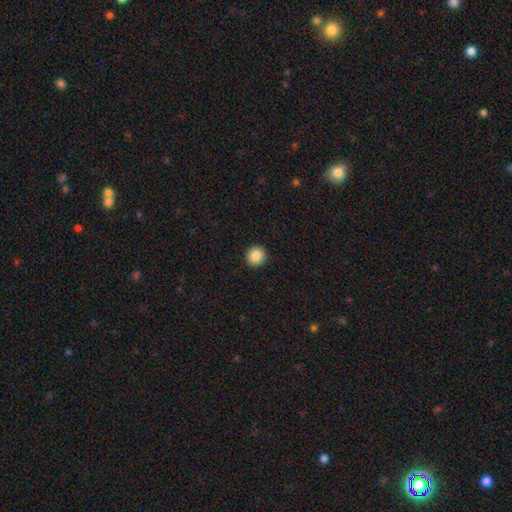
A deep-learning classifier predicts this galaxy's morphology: This appears to be a smooth galaxy with no disk features (87%) that is round (93%). Merging: none (93%).